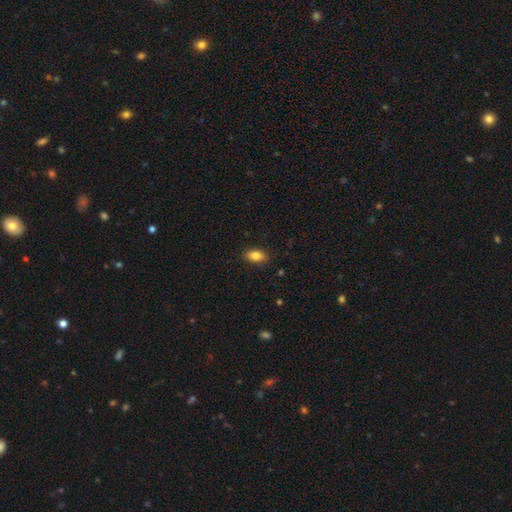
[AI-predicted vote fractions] Morphology: type=smooth (84%); roundness=in between (89%); merging=none (88%).